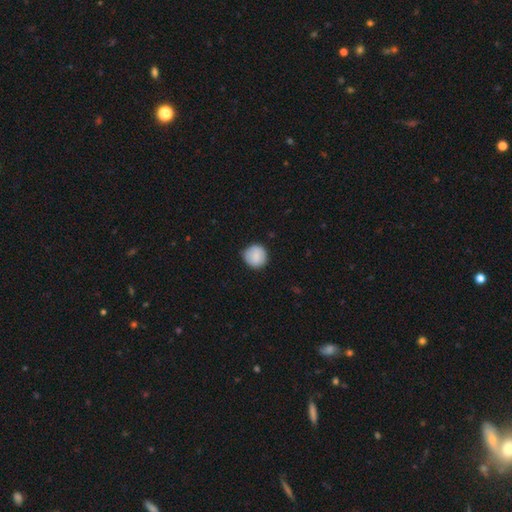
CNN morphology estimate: Smooth or featured: smooth — 84% (featured or disk — 9%)
How rounded: round — 93% (in between — 6%)
Merging: none — 86% (minor disturbance — 11%)